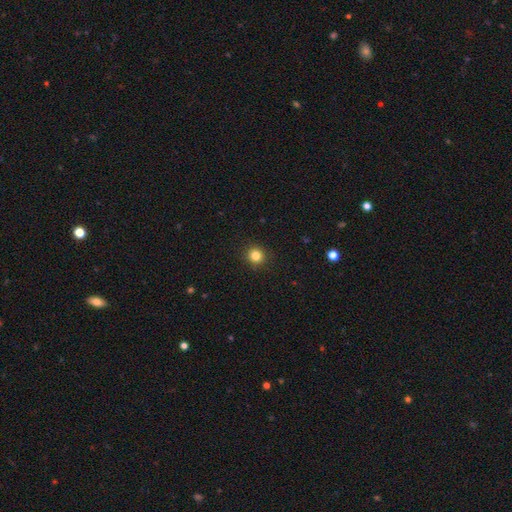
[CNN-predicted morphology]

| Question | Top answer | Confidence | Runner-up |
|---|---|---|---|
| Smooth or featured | smooth | 82% | star or artifact (13%) |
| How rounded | round | 91% | in between (8%) |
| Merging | none | 92% | minor disturbance (5%) |